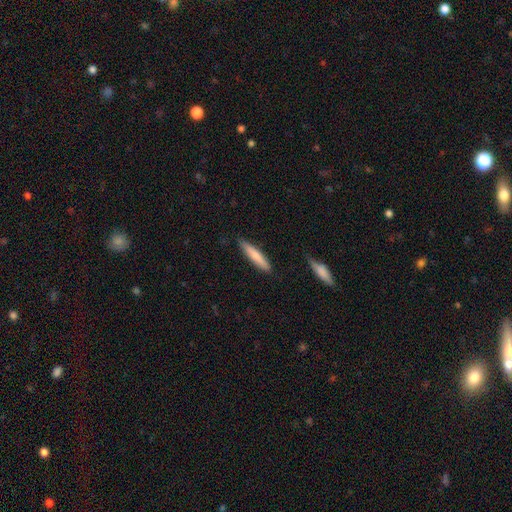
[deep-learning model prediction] Morphology: type=smooth (76%); roundness=cigar-shaped (87%); merging=none (85%).